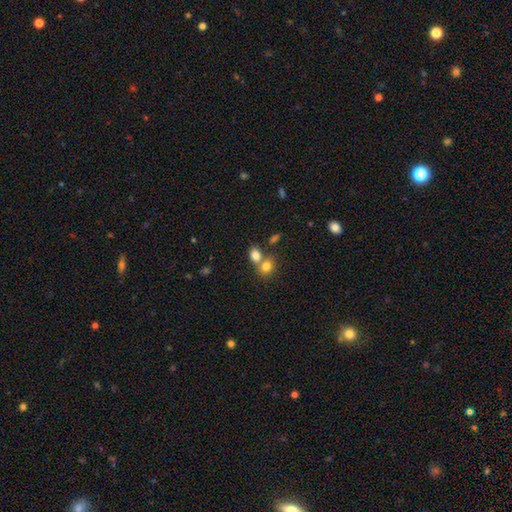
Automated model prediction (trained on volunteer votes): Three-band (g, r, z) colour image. It shows a smooth galaxy with no disk features (80%) that is in between round and cigar-shaped (62%). Merging: merger (51%).